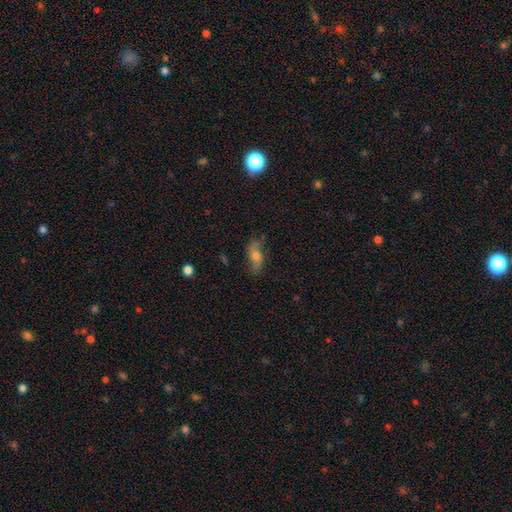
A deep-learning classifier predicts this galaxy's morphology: type=smooth (51%); roundness=in between (74%); merging=none (71%).